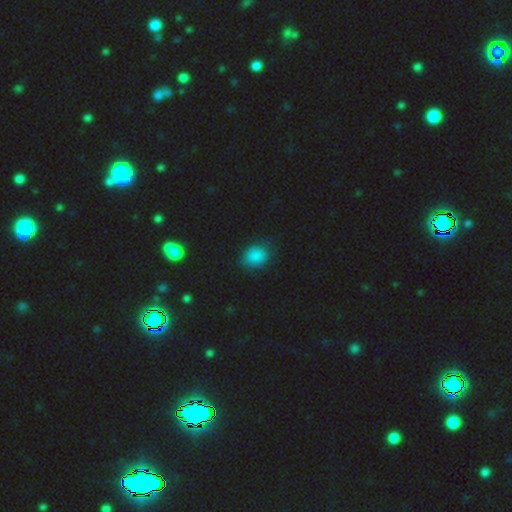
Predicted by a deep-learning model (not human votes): Q: Smooth or featured?
A: smooth (81%); runner-up: star or artifact (14%)
Q: How rounded?
A: in between (50%); runner-up: round (48%)
Q: Merging?
A: none (77%); runner-up: minor disturbance (18%)